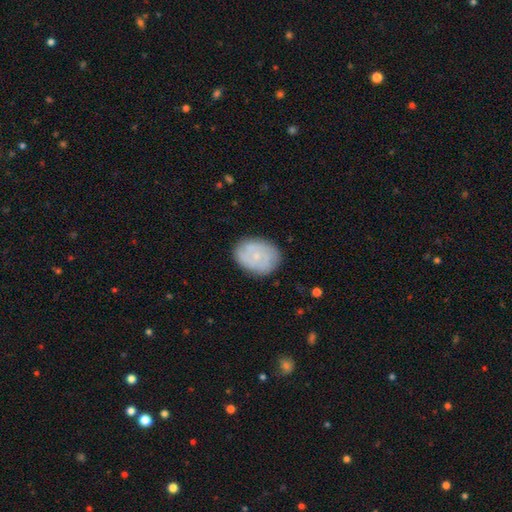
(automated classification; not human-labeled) Smooth or featured: featured or disk — 48% (smooth — 45%)
Merging: none — 80% (minor disturbance — 15%)